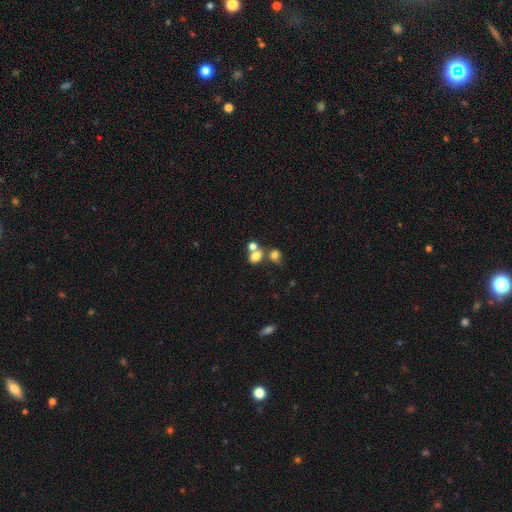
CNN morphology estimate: smooth_or_featured: smooth (p=0.74) [alt: star or artifact p=0.14]
how_rounded: in between (p=0.51) [alt: round p=0.48]
merging: merger (p=0.46) [alt: none p=0.38]